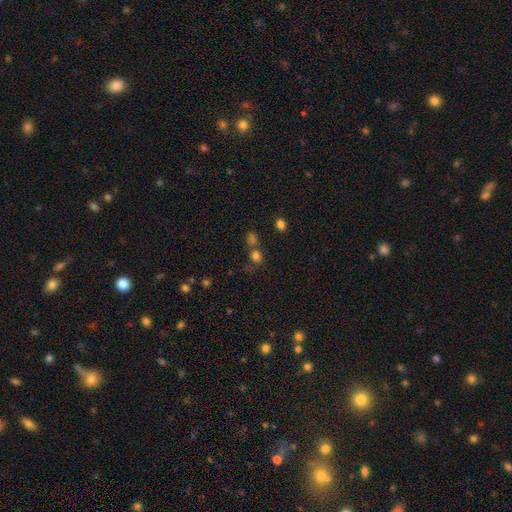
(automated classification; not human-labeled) Smooth or featured: smooth — 72% (star or artifact — 21%)
How rounded: round — 72% (in between — 27%)
Merging: none — 50% (merger — 31%)